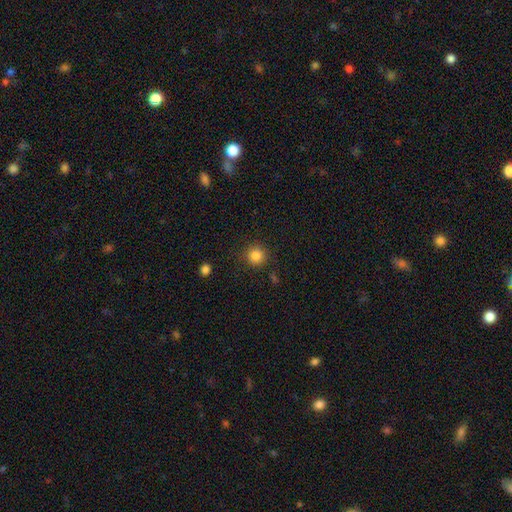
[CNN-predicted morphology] Smooth or featured?
  - smooth: 85% *
  - star or artifact: 11%
  - featured or disk: 4%
How rounded?
  - round: 94% *
  - in between: 5%
  - cigar-shaped: 1%
Merging?
  - none: 88% *
  - minor disturbance: 8%
  - major disturbance: 3%
  - merger: 2%